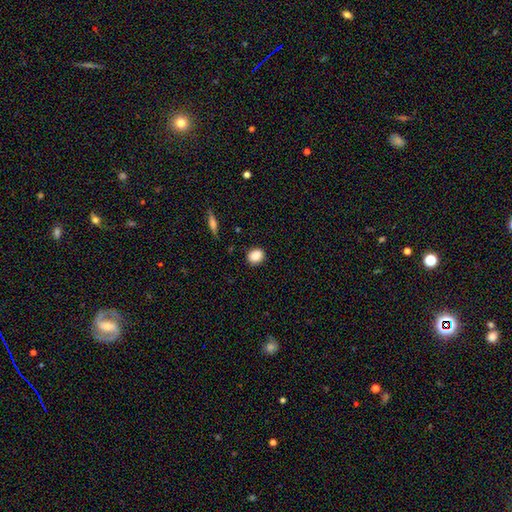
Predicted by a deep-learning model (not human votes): Smooth or featured? smooth (88%)
How rounded? round (57%)
Merging? none (87%)